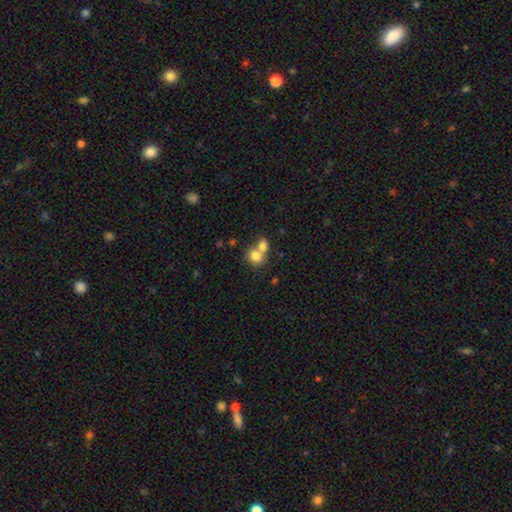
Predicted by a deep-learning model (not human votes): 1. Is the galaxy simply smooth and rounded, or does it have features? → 77% smooth, 13% featured or disk, 10% star or artifact.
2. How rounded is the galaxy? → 72% round, 27% in between, 1% cigar-shaped.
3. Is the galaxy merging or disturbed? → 63% merger, 29% none, 6% minor disturbance, 3% major disturbance.